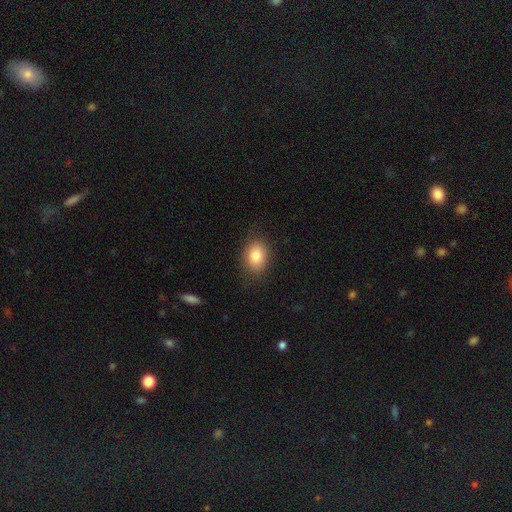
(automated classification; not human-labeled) Morphology: type=smooth (83%); roundness=in between (71%); merging=none (83%).